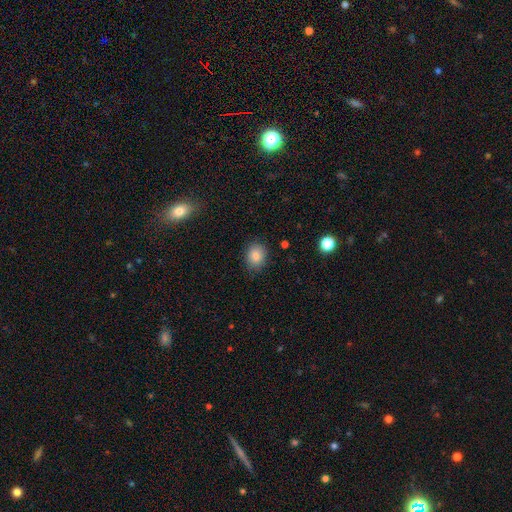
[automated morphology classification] Q: Smooth or featured?
A: smooth (82%); runner-up: star or artifact (10%)
Q: How rounded?
A: round (52%); runner-up: in between (47%)
Q: Merging?
A: none (85%); runner-up: minor disturbance (11%)